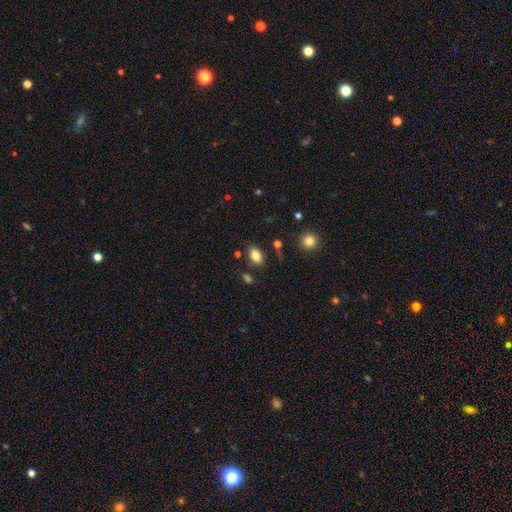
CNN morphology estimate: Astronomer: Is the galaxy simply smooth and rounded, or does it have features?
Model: smooth — 82%.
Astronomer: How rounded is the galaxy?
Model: in between — 89%.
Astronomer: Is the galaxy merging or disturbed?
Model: none — 81%.